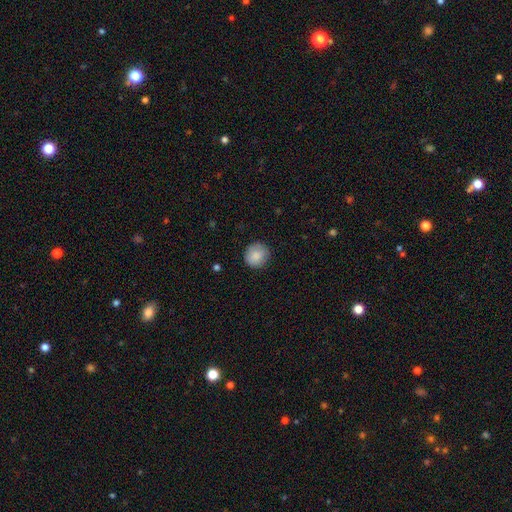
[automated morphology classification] A smooth galaxy with no disk features (86%) that is round (90%). Merging: none (84%).